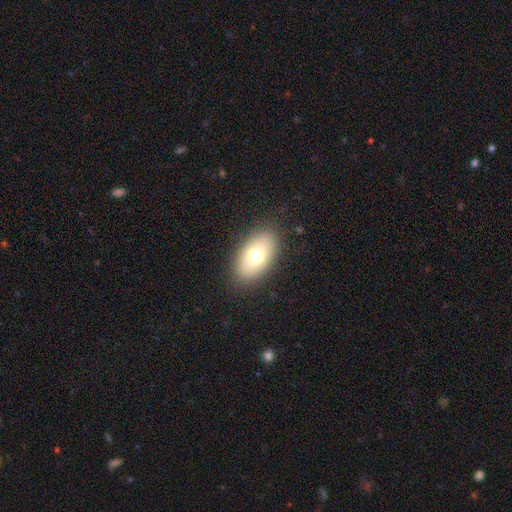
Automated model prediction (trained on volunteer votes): smooth-or-featured: smooth: 70% | featured or disk: 20% | star or artifact: 9%
  how-rounded: in between: 91% | round: 8% | cigar-shaped: 2%
  merging: none: 86% | minor disturbance: 9% | major disturbance: 3% | merger: 1%